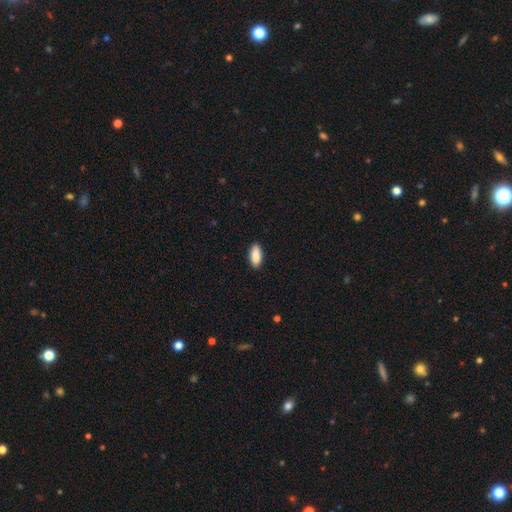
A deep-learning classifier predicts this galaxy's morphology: smooth_or_featured: smooth (p=0.89) [alt: star or artifact p=0.06]
how_rounded: in between (p=0.81) [alt: cigar-shaped p=0.17]
merging: none (p=0.89) [alt: minor disturbance p=0.08]